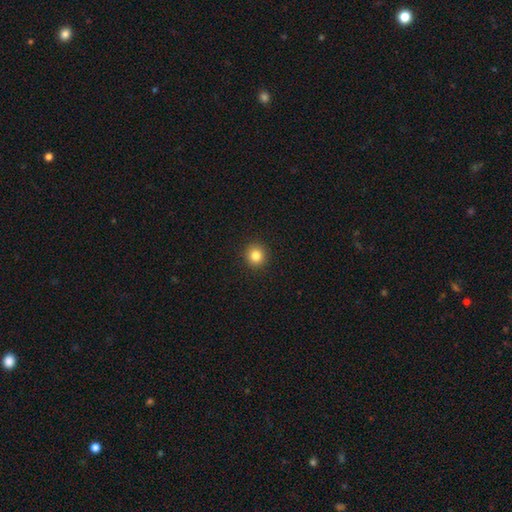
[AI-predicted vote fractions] This appears to be a smooth galaxy with no disk features (83%) that is round (94%). Merging: none (93%).